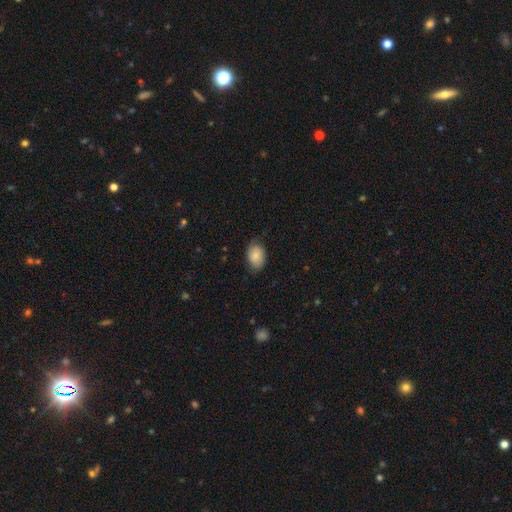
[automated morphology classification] Q: Smooth or featured?
A: smooth (82%); runner-up: featured or disk (11%)
Q: How rounded?
A: in between (78%); runner-up: round (21%)
Q: Merging?
A: none (72%); runner-up: minor disturbance (22%)